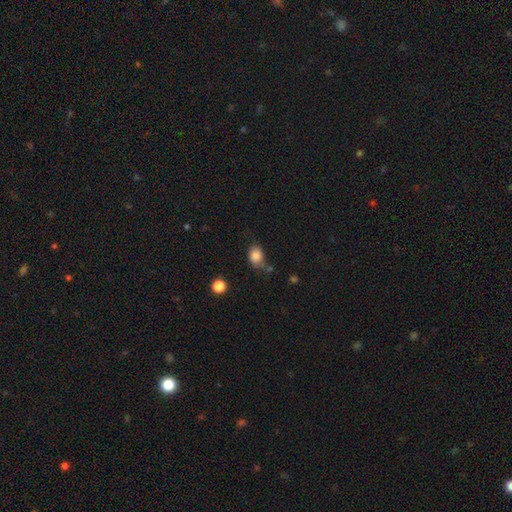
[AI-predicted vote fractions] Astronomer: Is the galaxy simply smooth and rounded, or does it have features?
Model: smooth — 84%.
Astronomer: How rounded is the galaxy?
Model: in between — 66%.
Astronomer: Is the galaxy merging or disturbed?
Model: none — 61%.